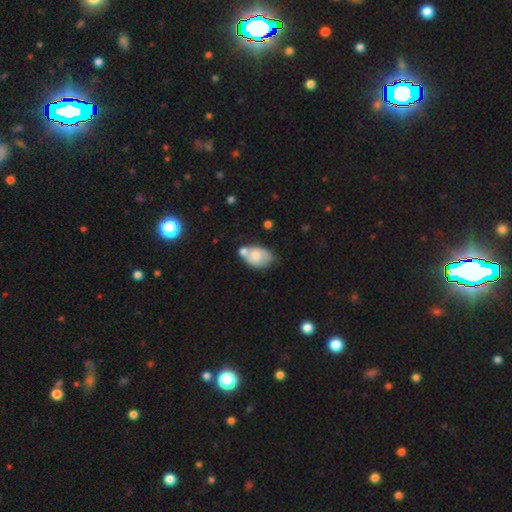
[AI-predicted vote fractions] Smooth or featured? smooth (58%)
How rounded? in between (84%)
Merging? none (38%)